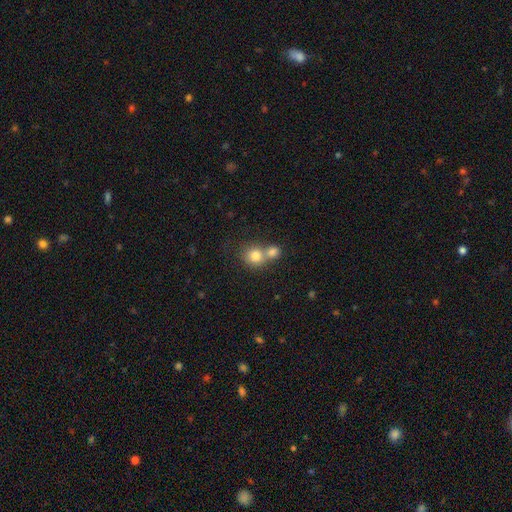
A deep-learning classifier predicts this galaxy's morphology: Smooth or featured? Predicted: smooth (p=0.78). How rounded? Predicted: round (p=0.81). Merging? Predicted: merger (p=0.57).